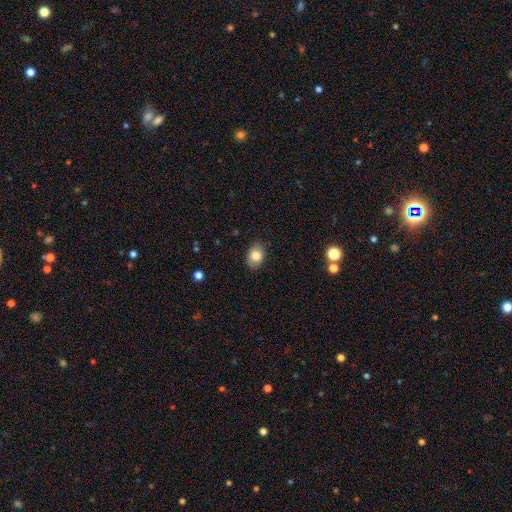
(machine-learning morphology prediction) A smooth galaxy with no disk features (80%) that is in between round and cigar-shaped (71%).

Vote fractions:
- Smooth or featured? smooth: 80% / featured or disk: 12% / star or artifact: 8%
- How rounded? in between: 71% / round: 28% / cigar-shaped: 1%
- Merging? none: 81% / minor disturbance: 15% / major disturbance: 3% / merger: 1%